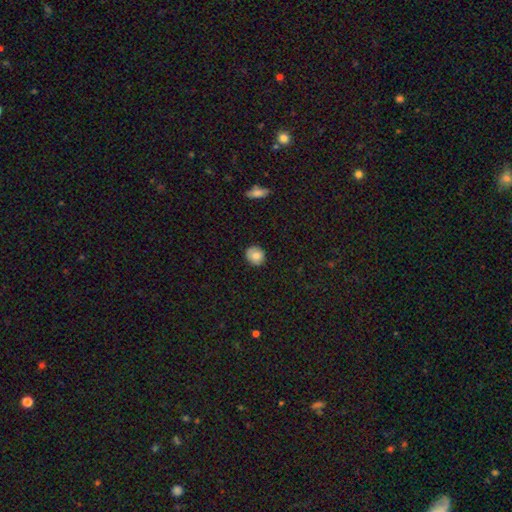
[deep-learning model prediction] smooth_or_featured: smooth (p=0.81) [alt: featured or disk p=0.10]
how_rounded: round (p=0.79) [alt: in between p=0.19]
merging: none (p=0.88) [alt: minor disturbance p=0.09]